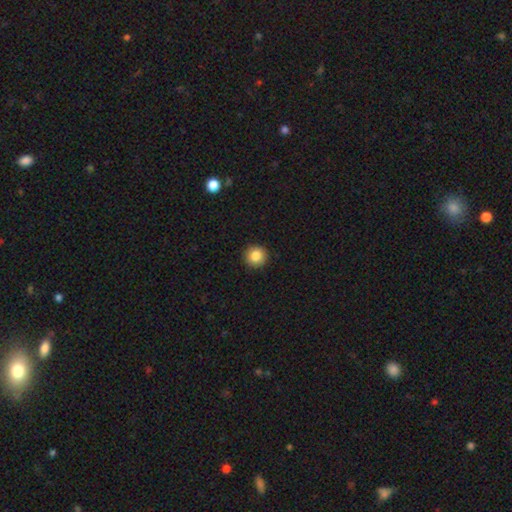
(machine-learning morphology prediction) This is clearly a smooth galaxy (86%). How rounded: clearly round (95%). Merging: clearly none (93%).